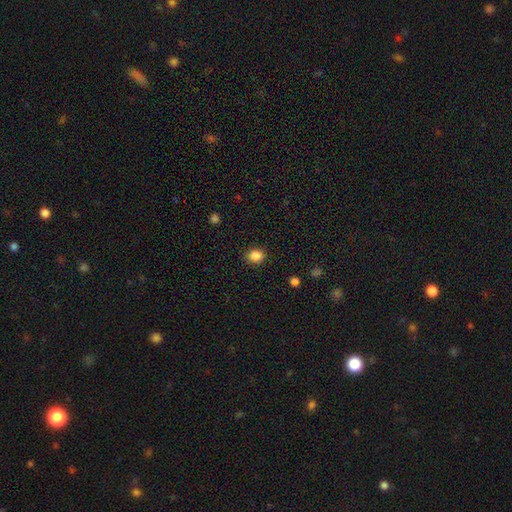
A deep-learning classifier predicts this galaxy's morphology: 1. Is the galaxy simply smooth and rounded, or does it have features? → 85% smooth, 11% star or artifact, 4% featured or disk.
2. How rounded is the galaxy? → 57% round, 43% in between, 1% cigar-shaped.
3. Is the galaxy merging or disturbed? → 89% none, 8% minor disturbance, 2% major disturbance, 1% merger.